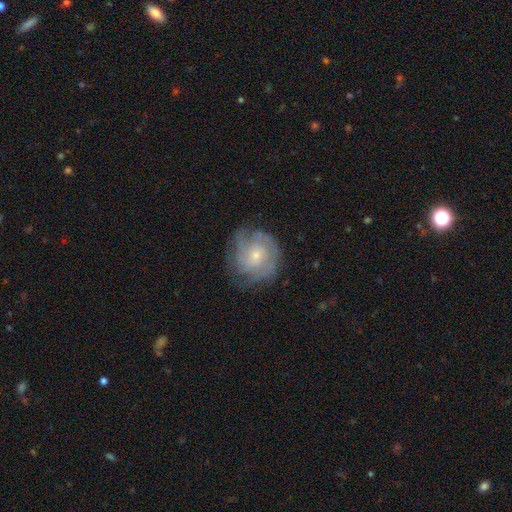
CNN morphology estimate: Smooth or featured? Predicted: featured or disk (p=0.75). Edge-on disk? Predicted: no (p=0.97). Bar? Predicted: no (p=0.74). Spiral arms? Predicted: yes (p=0.91). Spiral winding? Predicted: tight (p=0.61). Spiral arm count? Predicted: can't tell (p=0.36). Bulge size? Predicted: small (p=0.65). Merging? Predicted: none (p=0.70).